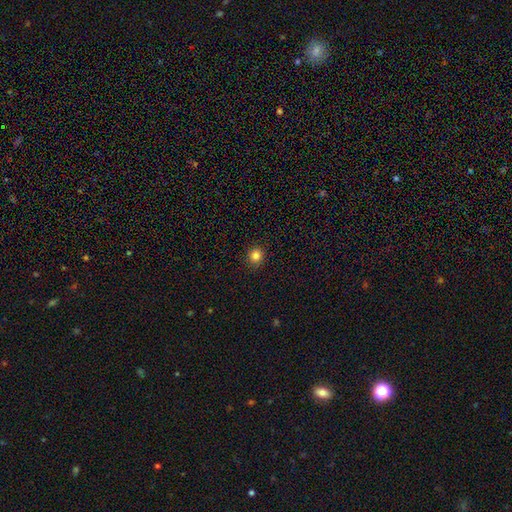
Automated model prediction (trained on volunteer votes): Q: Smooth or featured?
A: smooth (83%); runner-up: star or artifact (13%)
Q: How rounded?
A: round (91%); runner-up: in between (8%)
Q: Merging?
A: none (92%); runner-up: minor disturbance (6%)